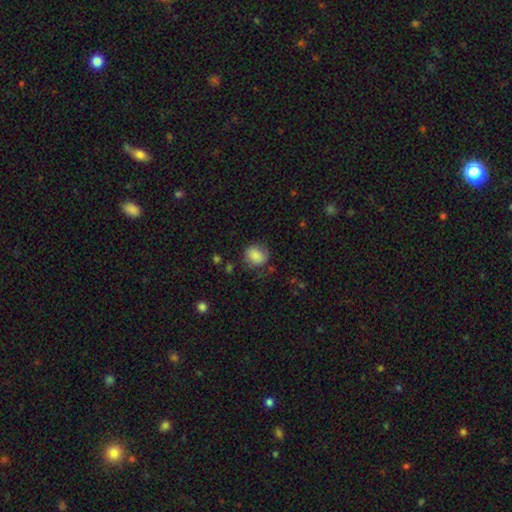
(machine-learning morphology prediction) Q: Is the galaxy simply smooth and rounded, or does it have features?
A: smooth — 79%.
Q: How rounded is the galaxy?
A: round — 65%.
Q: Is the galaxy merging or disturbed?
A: none — 61%.